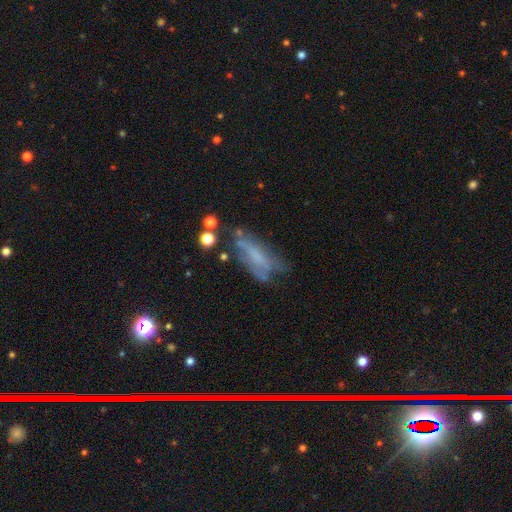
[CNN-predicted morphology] Smooth or featured: featured or disk — 46% (smooth — 38%)
Merging: none — 46% (minor disturbance — 27%)